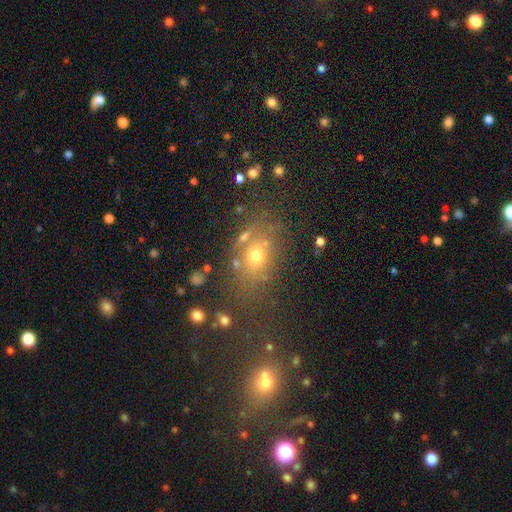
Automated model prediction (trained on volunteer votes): This appears to be a smooth galaxy with no disk features (61%) that is in between round and cigar-shaped (57%). Merging: none (64%).